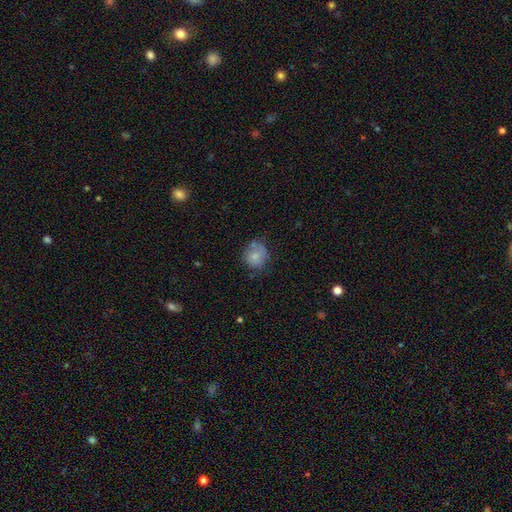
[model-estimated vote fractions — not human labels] smooth_or_featured: smooth (p=0.71) [alt: featured or disk p=0.20]
how_rounded: round (p=0.75) [alt: in between p=0.24]
merging: none (p=0.57) [alt: minor disturbance p=0.27]